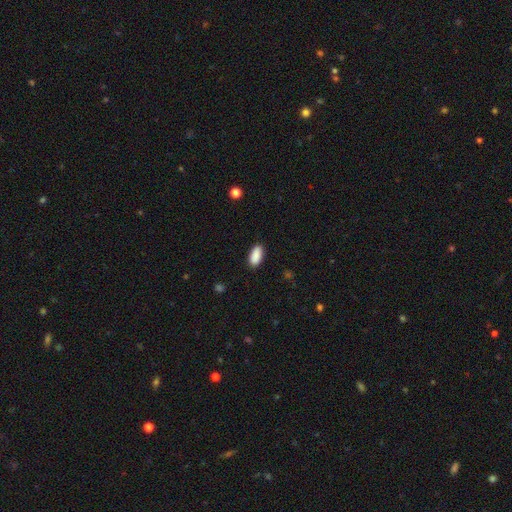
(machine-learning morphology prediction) This appears to be a smooth galaxy with no disk features (90%) that is in between round and cigar-shaped (90%). Merging: none (87%).